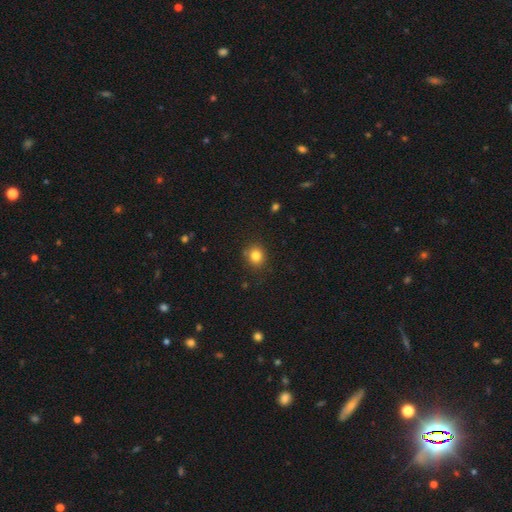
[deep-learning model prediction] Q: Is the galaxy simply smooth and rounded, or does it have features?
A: smooth — 83%.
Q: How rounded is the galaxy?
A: round — 81%.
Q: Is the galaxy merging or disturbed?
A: none — 86%.